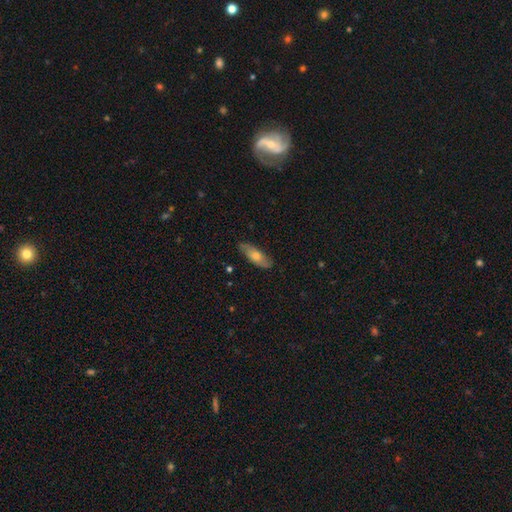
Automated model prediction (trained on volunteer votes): This is possibly a smooth galaxy (52%). How rounded: likely in between (60%). Merging: clearly none (85%).